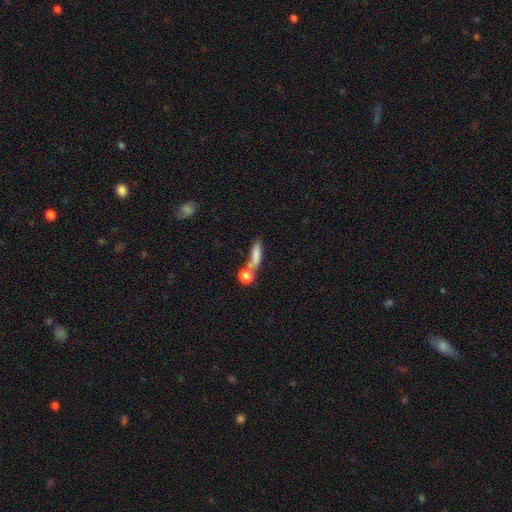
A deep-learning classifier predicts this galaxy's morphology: This is likely a smooth galaxy (76%). How rounded: possibly cigar-shaped (48%). Merging: marginally none (43%).